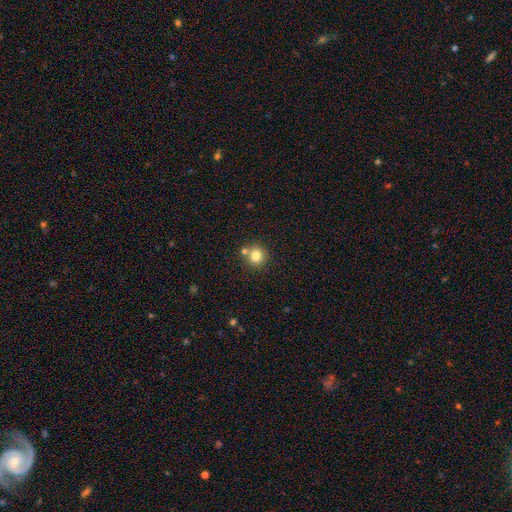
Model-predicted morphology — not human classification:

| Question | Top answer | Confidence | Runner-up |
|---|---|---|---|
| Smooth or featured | smooth | 80% | star or artifact (12%) |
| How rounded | round | 92% | in between (7%) |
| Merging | none | 71% | merger (19%) |